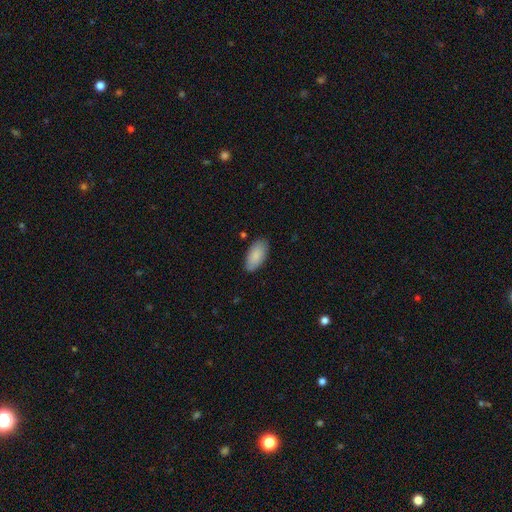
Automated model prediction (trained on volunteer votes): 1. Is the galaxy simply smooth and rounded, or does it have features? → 86% smooth, 8% featured or disk, 6% star or artifact.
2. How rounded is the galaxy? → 94% in between, 4% cigar-shaped, 2% round.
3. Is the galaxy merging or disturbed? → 83% none, 14% minor disturbance, 2% major disturbance, 1% merger.